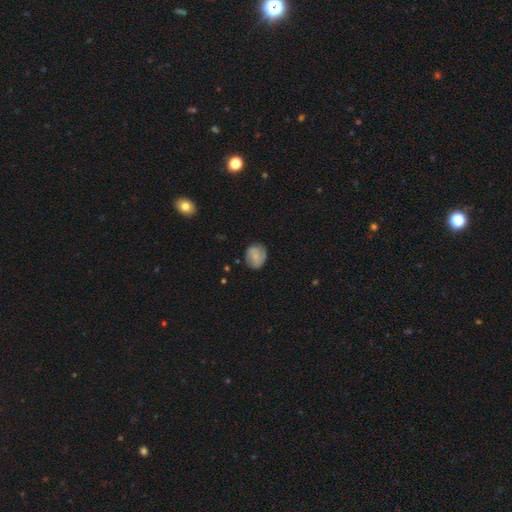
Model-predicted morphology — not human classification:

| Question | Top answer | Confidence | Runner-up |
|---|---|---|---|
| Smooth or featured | smooth | 69% | featured or disk (24%) |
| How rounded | round | 69% | in between (30%) |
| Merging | none | 78% | minor disturbance (17%) |